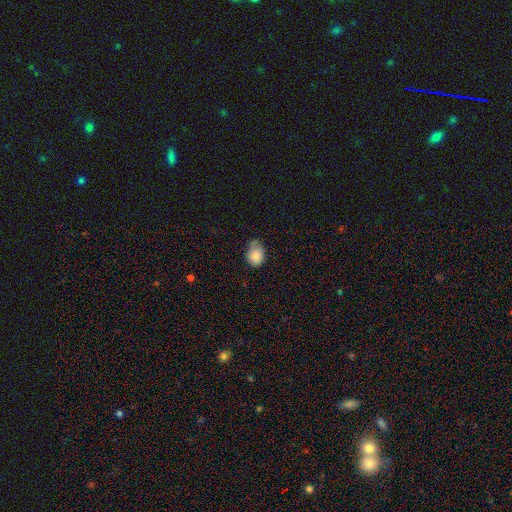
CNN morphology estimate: This is clearly a smooth galaxy (83%). How rounded: likely in between (61%). Merging: marginally minor disturbance (42%).